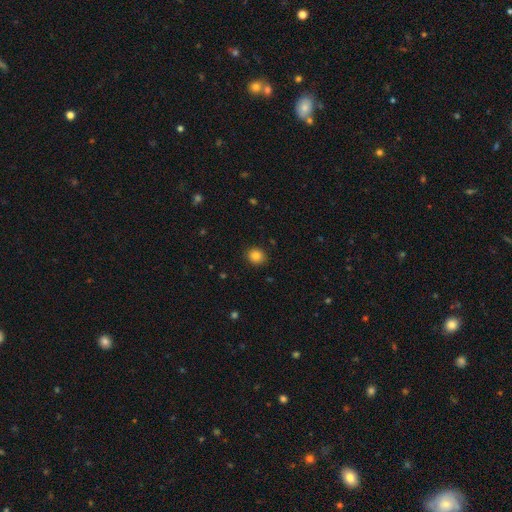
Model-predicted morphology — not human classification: Smooth or featured? Predicted: smooth (p=0.84). How rounded? Predicted: round (p=0.81). Merging? Predicted: none (p=0.90).